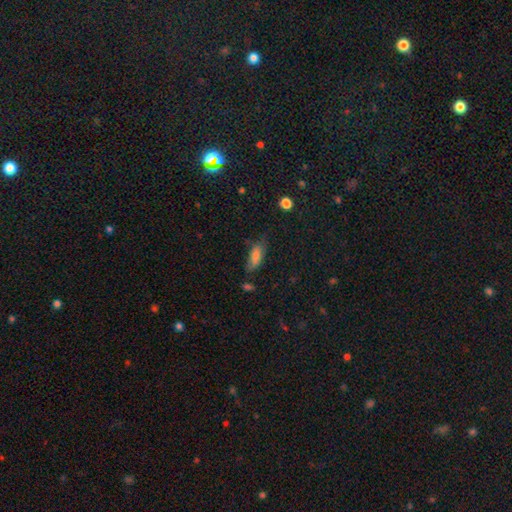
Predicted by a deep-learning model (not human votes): This is likely a smooth galaxy (79%). How rounded: likely in between (70%). Merging: possibly none (59%).